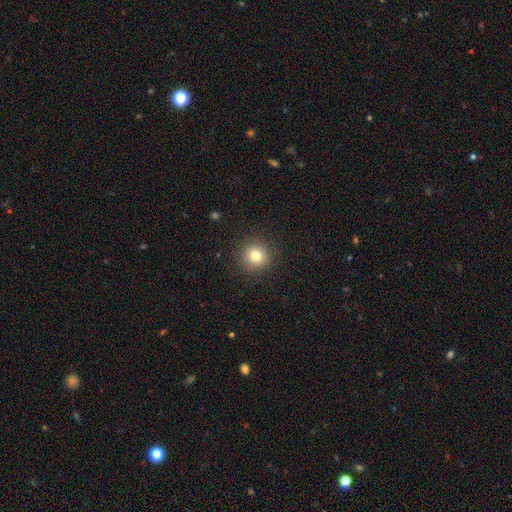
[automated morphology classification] Overall: smooth (80%). How rounded: round (94%). Merging: none (91%).